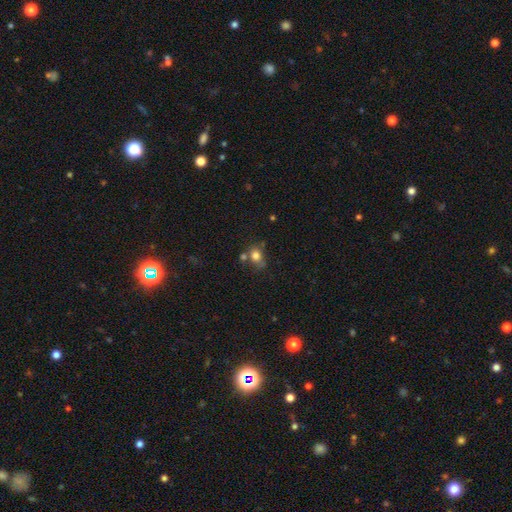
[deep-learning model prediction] smooth_or_featured: smooth (p=0.77) [alt: star or artifact p=0.12]
how_rounded: round (p=0.66) [alt: in between p=0.33]
merging: none (p=0.52) [alt: merger p=0.22]